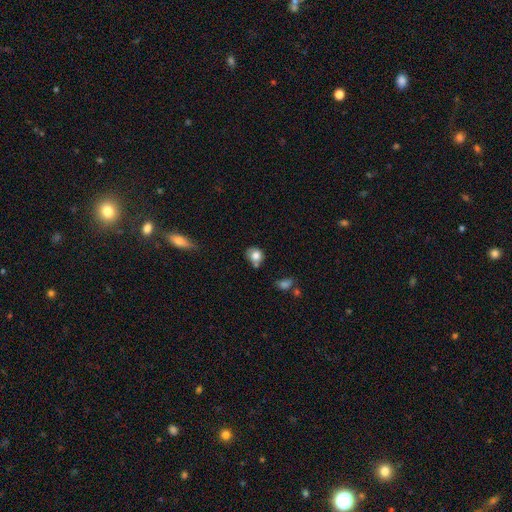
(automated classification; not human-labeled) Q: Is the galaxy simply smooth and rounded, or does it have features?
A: smooth — 77%.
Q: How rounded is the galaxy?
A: round — 65%.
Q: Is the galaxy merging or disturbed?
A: none — 49%.